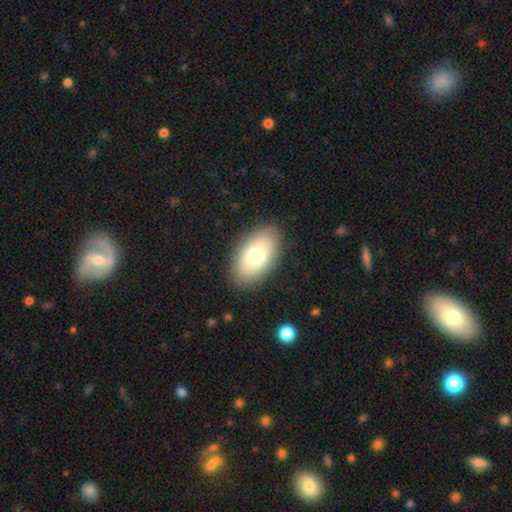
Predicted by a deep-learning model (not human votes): The model was most divided on "smooth or featured": smooth: 75%, featured or disk: 17%, star or artifact: 8%. More confident: how rounded — in between (92%); merging — none (87%).